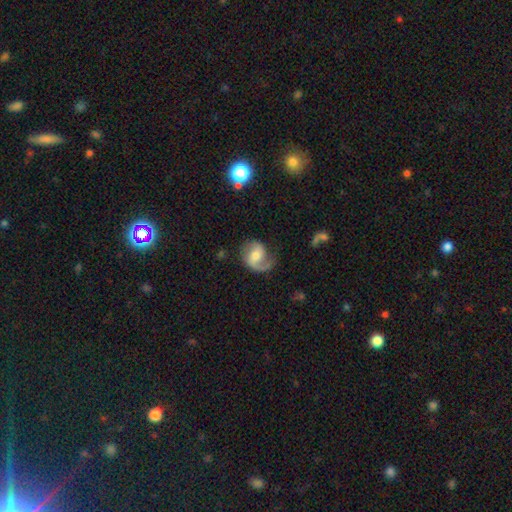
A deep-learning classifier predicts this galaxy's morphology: Q: Smooth or featured?
A: featured or disk (79%); runner-up: smooth (15%)
Q: Edge-on disk?
A: no (98%); runner-up: yes (2%)
Q: Bar?
A: weak (45%); runner-up: no (41%)
Q: Spiral arms?
A: yes (95%); runner-up: no (5%)
Q: Spiral winding?
A: medium (46%); runner-up: loose (36%)
Q: Spiral arm count?
A: 2 (70%); runner-up: 1 (24%)
Q: Bulge size?
A: moderate (59%); runner-up: small (31%)
Q: Merging?
A: none (64%); runner-up: minor disturbance (21%)